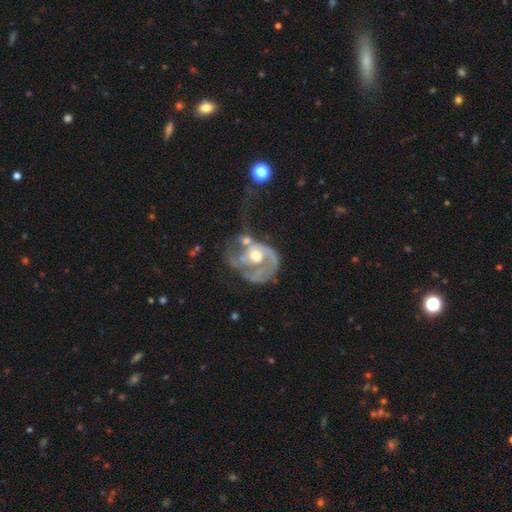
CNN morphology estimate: Overall: featured or disk (79%). Edge-on disk: no (98%). Bar: no (75%). Spiral arms: yes (75%). Spiral arm count: 2 (33%; 1 30%). Spiral winding: medium (38%; tight 36%). Bulge size: moderate (74%). Merging: major disturbance (38%; merger 26%).